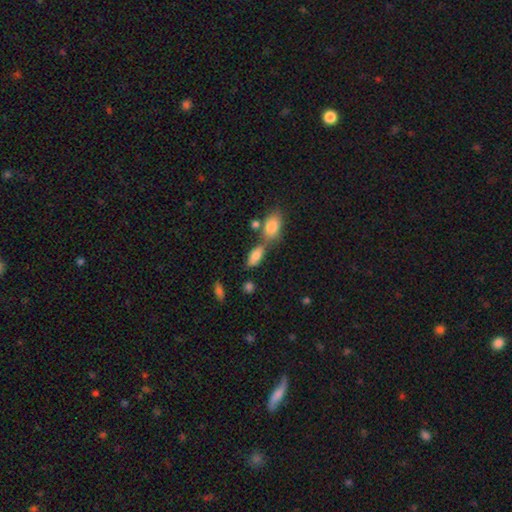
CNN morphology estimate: Q: Smooth or featured?
A: smooth (81%); runner-up: featured or disk (11%)
Q: How rounded?
A: in between (85%); runner-up: cigar-shaped (11%)
Q: Merging?
A: none (45%); runner-up: merger (34%)